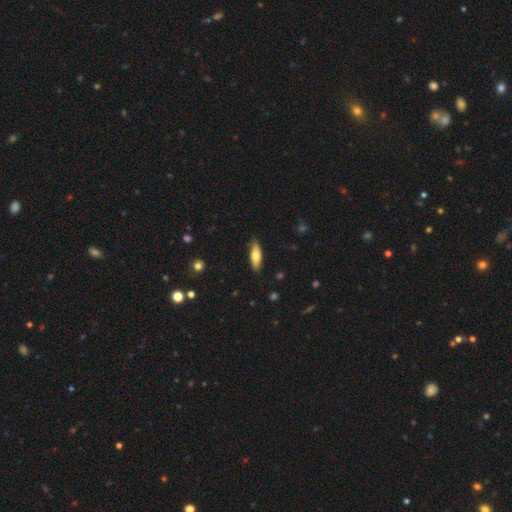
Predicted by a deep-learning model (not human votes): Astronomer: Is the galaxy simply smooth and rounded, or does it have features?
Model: smooth — 72%.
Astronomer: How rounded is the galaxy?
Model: in between — 55% (runner-up: cigar-shaped, 43%).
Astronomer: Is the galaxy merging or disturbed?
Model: none — 85%.